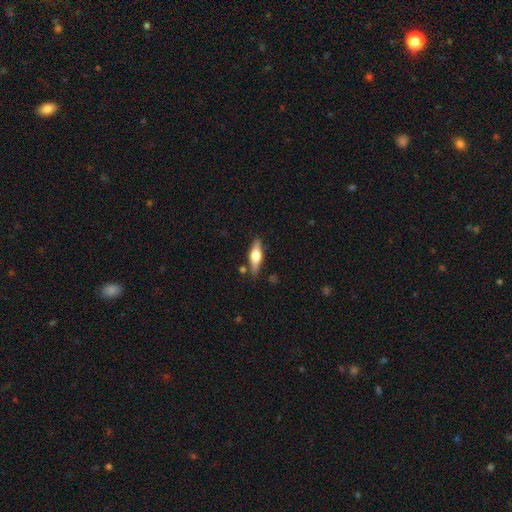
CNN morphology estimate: Q: Smooth or featured?
A: featured or disk (55%); runner-up: smooth (39%)
Q: Edge-on disk?
A: yes (94%); runner-up: no (6%)
Q: Edge-on bulge?
A: rounded (93%); runner-up: boxy (5%)
Q: Merging?
A: none (82%); runner-up: minor disturbance (12%)